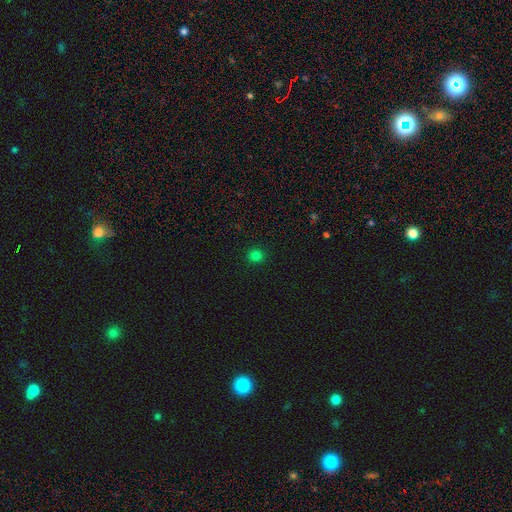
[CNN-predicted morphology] A smooth galaxy with no disk features (80%) that is round (91%). Merging: none (92%).